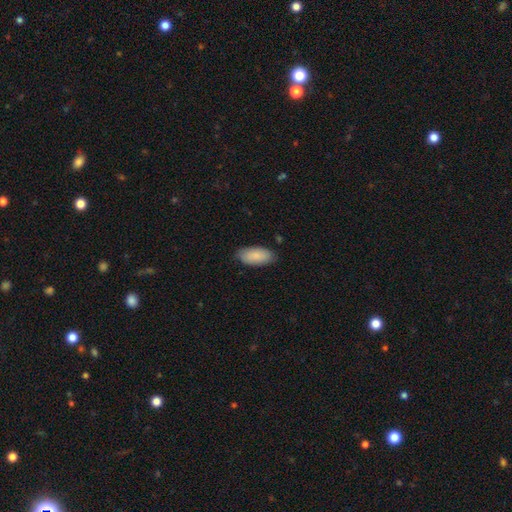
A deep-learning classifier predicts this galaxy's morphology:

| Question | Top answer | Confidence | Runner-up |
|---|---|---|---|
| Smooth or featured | smooth | 89% | featured or disk (6%) |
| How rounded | in between | 90% | cigar-shaped (8%) |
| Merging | none | 83% | minor disturbance (13%) |